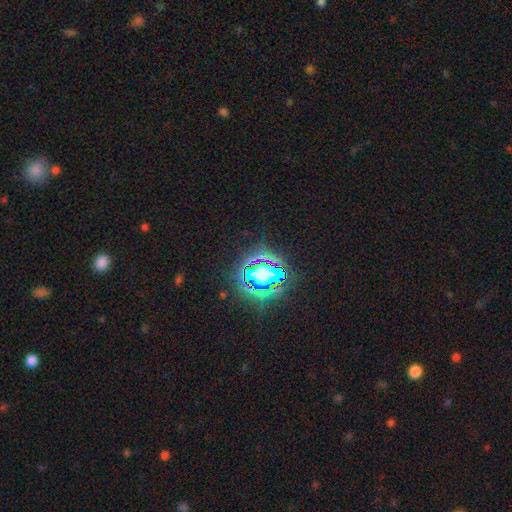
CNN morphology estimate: star or artifact 81%, smooth 12%, featured or disk 7%.